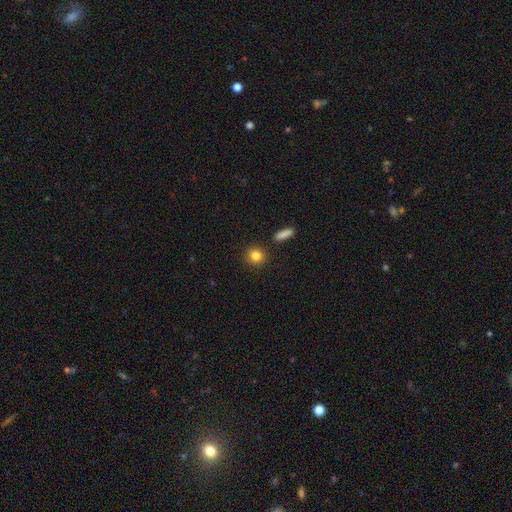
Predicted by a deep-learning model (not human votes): smooth-or-featured: smooth: 84% | star or artifact: 10% | featured or disk: 6%
  how-rounded: round: 86% | in between: 12% | cigar-shaped: 2%
  merging: none: 89% | minor disturbance: 6% | merger: 3% | major disturbance: 2%